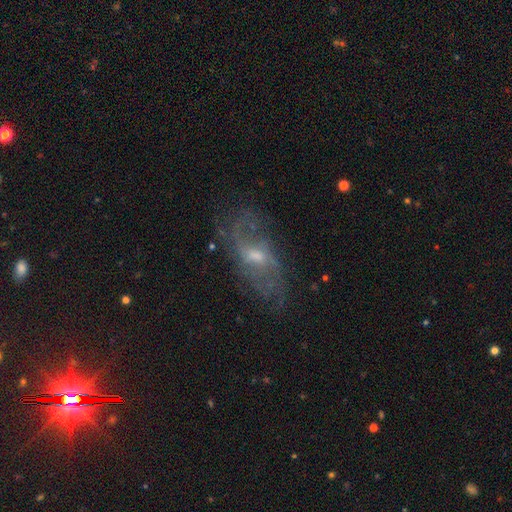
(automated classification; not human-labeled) Smooth or featured: featured or disk — 75% (smooth — 17%)
Edge-on disk: no — 89% (yes — 11%)
Bar: weak — 50% (no — 39%)
Spiral arms: yes — 79% (no — 21%)
Spiral winding: loose — 46% (medium — 37%)
Spiral arm count: 2 — 47% (can't tell — 34%)
Bulge size: moderate — 49% (small — 42%)
Merging: none — 65% (minor disturbance — 20%)